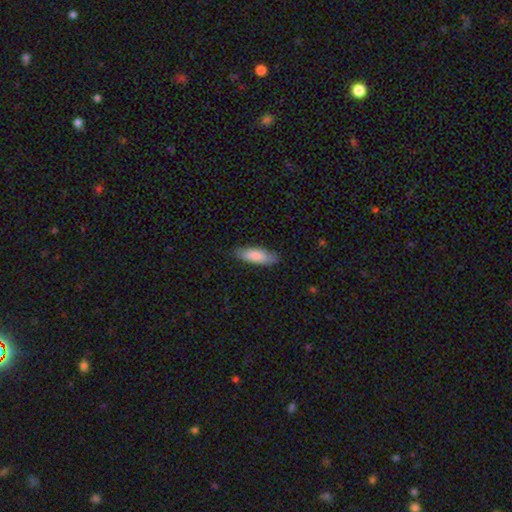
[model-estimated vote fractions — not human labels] smooth-or-featured: smooth: 85% | featured or disk: 10% | star or artifact: 5%
  how-rounded: in between: 60% | cigar-shaped: 38% | round: 2%
  merging: none: 83% | minor disturbance: 14% | major disturbance: 2% | merger: 1%